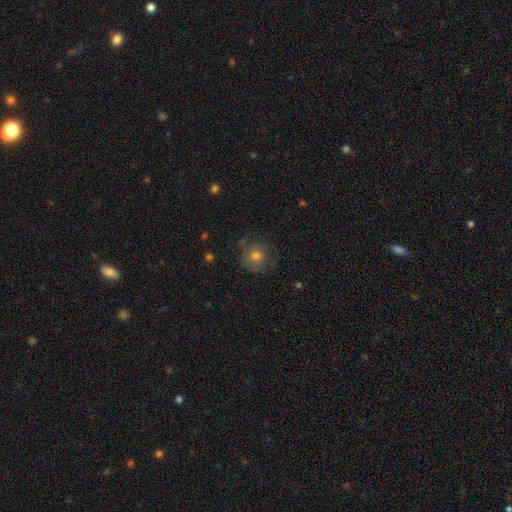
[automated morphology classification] smooth_or_featured: smooth (p=0.61) [alt: featured or disk p=0.28]
how_rounded: round (p=0.87) [alt: in between p=0.12]
merging: none (p=0.63) [alt: minor disturbance p=0.22]